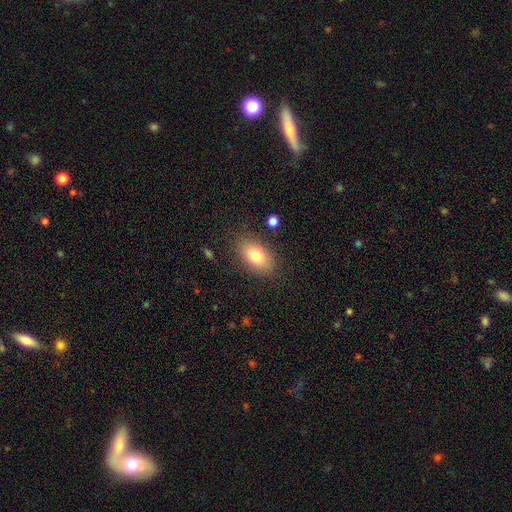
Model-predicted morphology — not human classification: The model was most divided on "smooth or featured": smooth: 79%, featured or disk: 13%, star or artifact: 8%. More confident: how rounded — in between (90%); merging — none (83%).